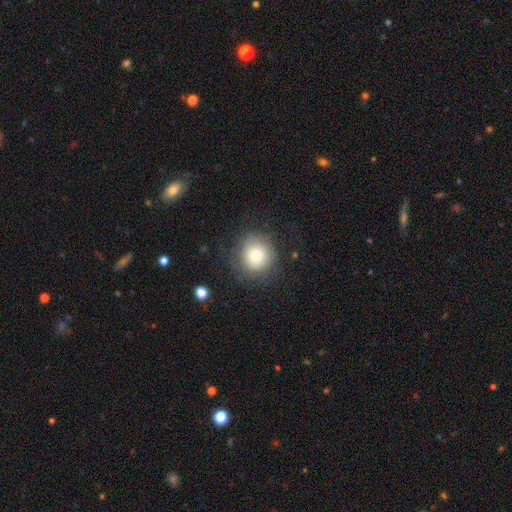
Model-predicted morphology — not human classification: Q: Smooth or featured?
A: smooth (75%); runner-up: featured or disk (17%)
Q: How rounded?
A: round (91%); runner-up: in between (8%)
Q: Merging?
A: none (73%); runner-up: minor disturbance (16%)